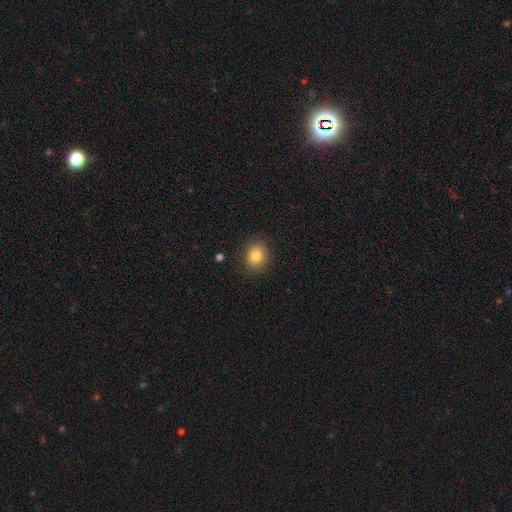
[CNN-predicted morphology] Overall: smooth (82%). How rounded: round (55%; in between 44%). Merging: none (84%).